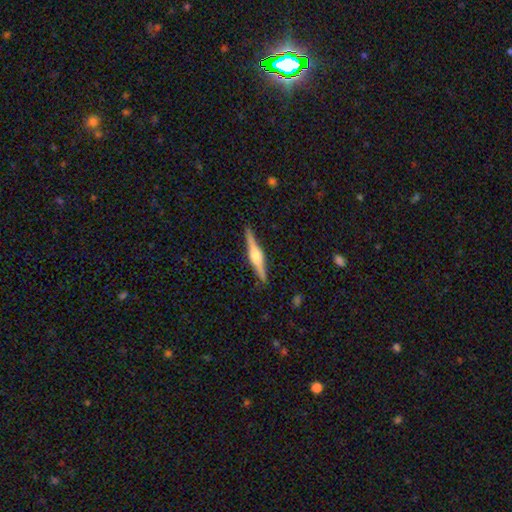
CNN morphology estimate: featured or disk 77%, smooth 18%, star or artifact 5%. Down the decision tree: edge-on disk — yes (98%); edge-on bulge — rounded (85%); merging — none (90%).